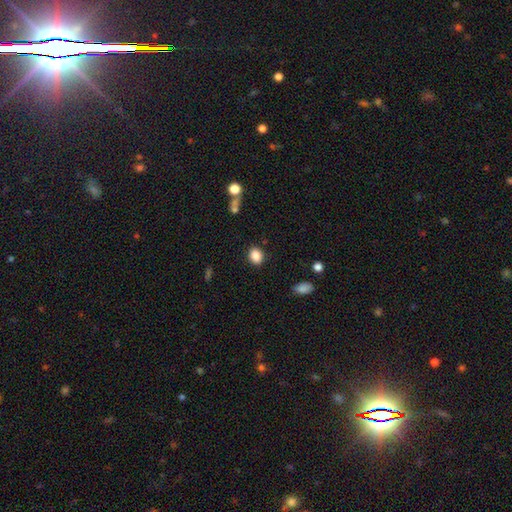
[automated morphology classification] Q: Smooth or featured?
A: smooth (87%); runner-up: star or artifact (9%)
Q: How rounded?
A: in between (55%); runner-up: round (44%)
Q: Merging?
A: none (86%); runner-up: minor disturbance (9%)